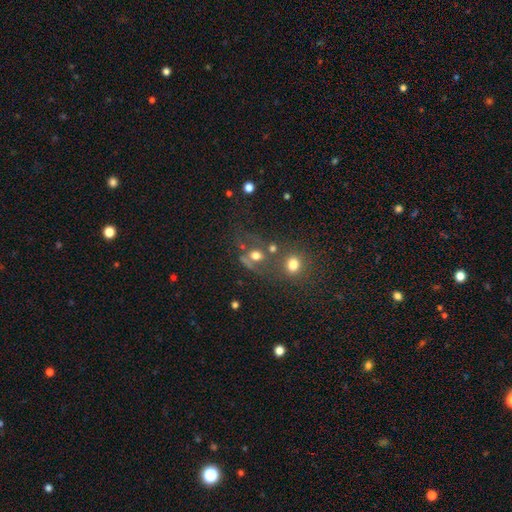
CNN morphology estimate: A smooth galaxy with no disk features (56%) that is round (62%). Merging: none (36%).